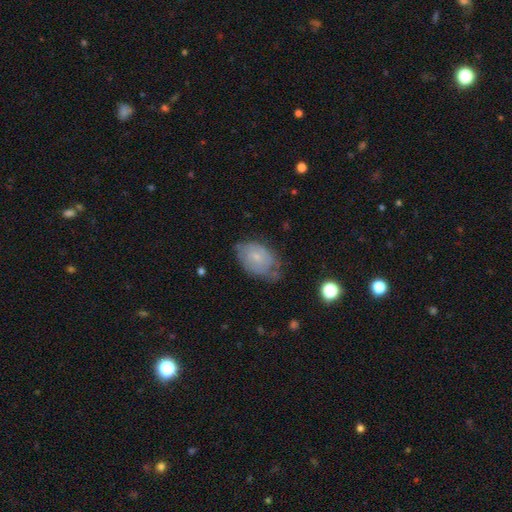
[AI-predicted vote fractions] Smooth or featured?
  - smooth: 49% *
  - featured or disk: 43%
  - star or artifact: 8%
Merging?
  - none: 50% *
  - minor disturbance: 35%
  - major disturbance: 13%
  - merger: 3%